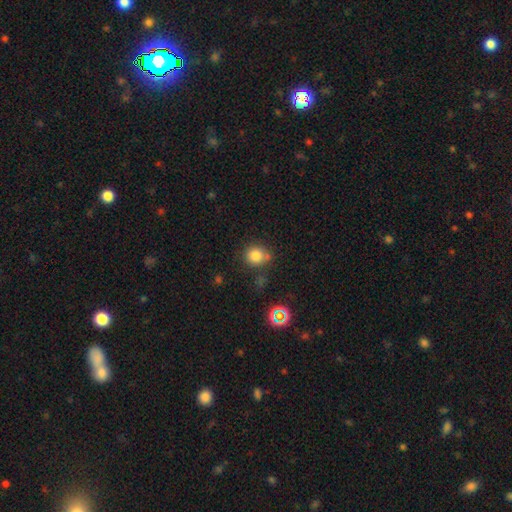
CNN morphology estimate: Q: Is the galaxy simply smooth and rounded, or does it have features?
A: smooth — 80%.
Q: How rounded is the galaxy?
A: round — 82%.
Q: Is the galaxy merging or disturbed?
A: none — 67%.